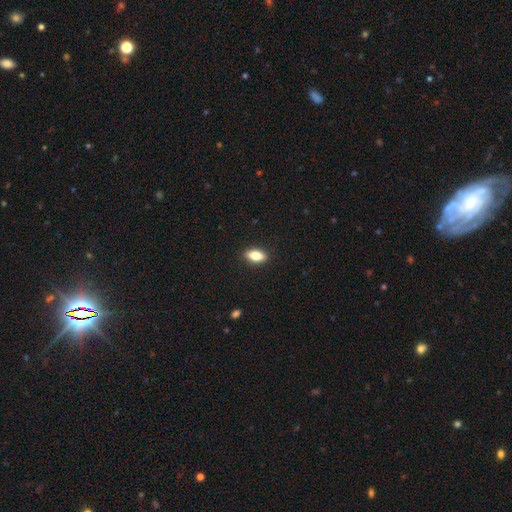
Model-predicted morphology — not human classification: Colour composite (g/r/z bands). It shows a smooth galaxy with no disk features (81%) that is in between round and cigar-shaped (85%). Merging: none (89%).